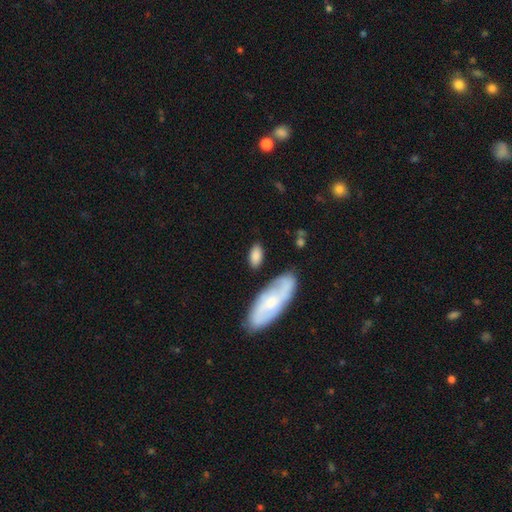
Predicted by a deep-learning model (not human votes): Overall: smooth (82%). How rounded: in between (90%). Merging: none (75%).